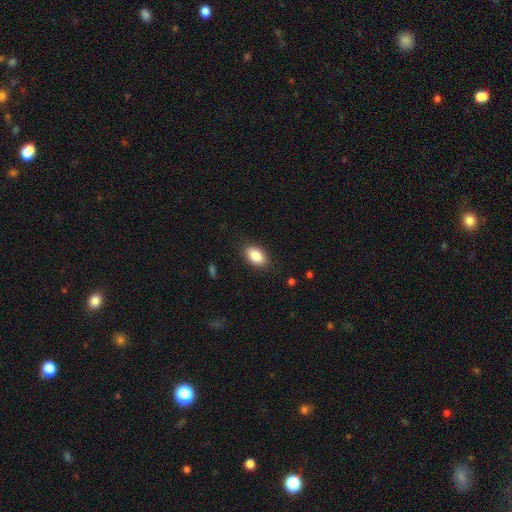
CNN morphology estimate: smooth 87%, star or artifact 7%, featured or disk 6%. Down the decision tree: how rounded — in between (91%); merging — none (87%).